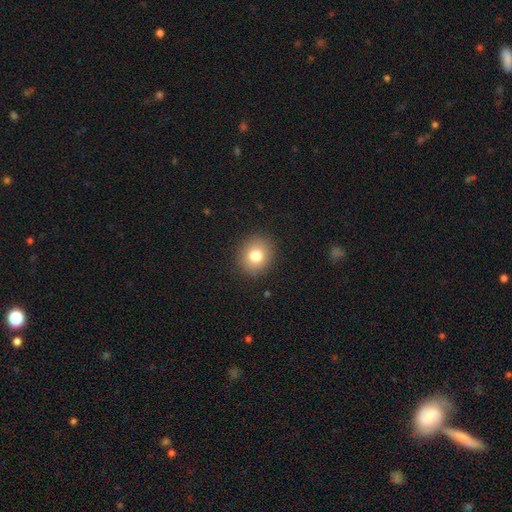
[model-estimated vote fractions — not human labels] Smooth or featured? Predicted: smooth (p=0.78). How rounded? Predicted: round (p=0.77). Merging? Predicted: none (p=0.90).